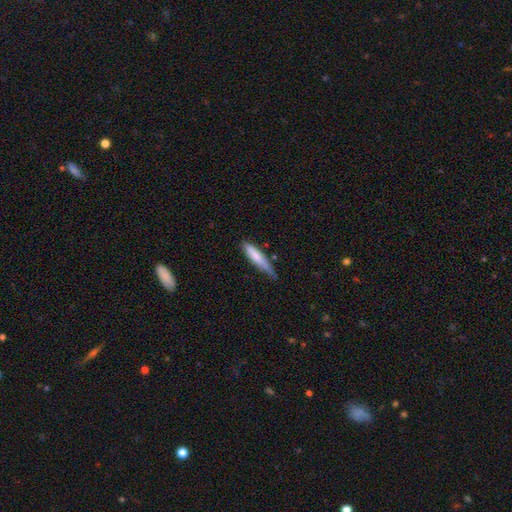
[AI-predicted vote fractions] A smooth galaxy with no disk features (76%) that is cigar-shaped (83%). Merging: none (54%).